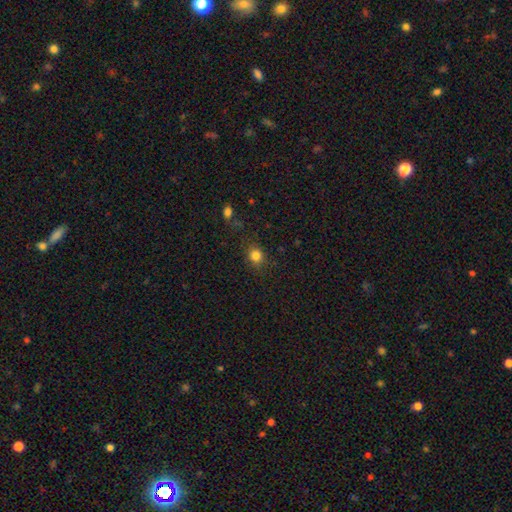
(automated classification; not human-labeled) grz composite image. It shows a smooth galaxy with no disk features (82%) that is round (75%). Merging: none (83%).